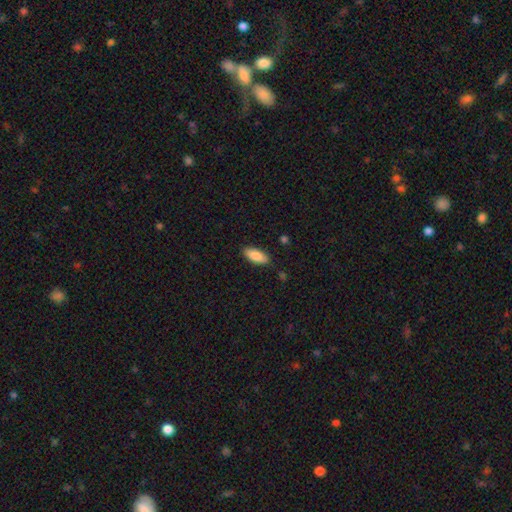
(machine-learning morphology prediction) Smooth or featured? Predicted: smooth (p=0.87). How rounded? Predicted: in between (p=0.84). Merging? Predicted: none (p=0.87).